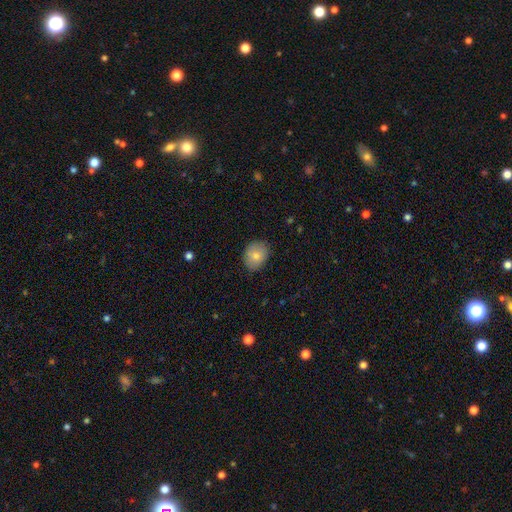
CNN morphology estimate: Smooth or featured?
  - smooth: 79% *
  - featured or disk: 13%
  - star or artifact: 8%
How rounded?
  - in between: 55% *
  - round: 44%
  - cigar-shaped: 1%
Merging?
  - none: 83% *
  - minor disturbance: 13%
  - major disturbance: 3%
  - merger: 1%